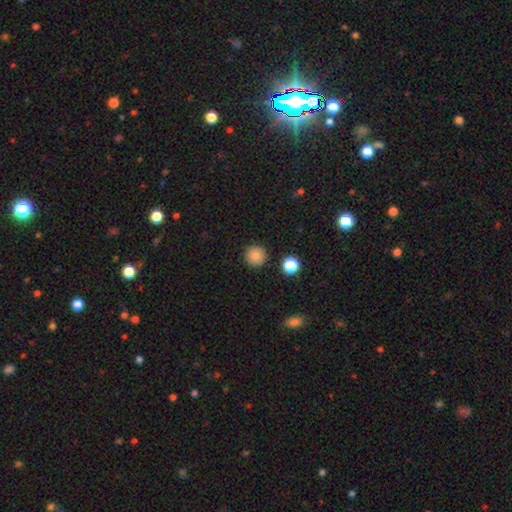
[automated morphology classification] smooth 84%, star or artifact 10%, featured or disk 6%. Down the decision tree: how rounded — round (96%); merging — none (92%).